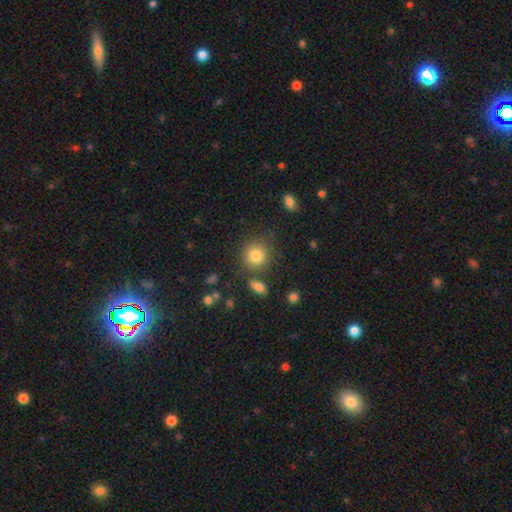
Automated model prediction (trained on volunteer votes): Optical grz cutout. It shows a smooth galaxy with no disk features (82%) that is round (88%). Merging: none (77%).